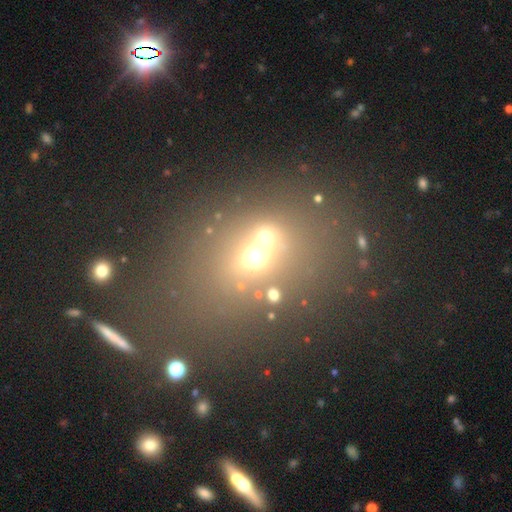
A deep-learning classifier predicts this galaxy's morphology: Q: Smooth or featured?
A: smooth (51%); runner-up: star or artifact (29%)
Q: How rounded?
A: round (52%); runner-up: in between (47%)
Q: Merging?
A: none (47%); runner-up: merger (36%)